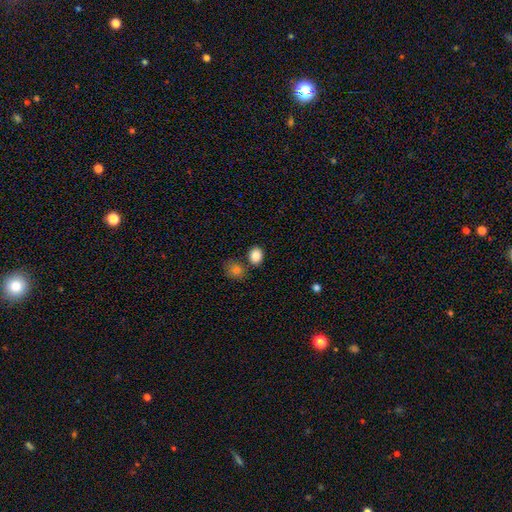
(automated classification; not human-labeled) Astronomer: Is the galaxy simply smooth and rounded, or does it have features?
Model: smooth — 86%.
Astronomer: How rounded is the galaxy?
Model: in between — 51% (runner-up: round, 48%).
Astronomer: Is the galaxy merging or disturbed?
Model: none — 73%.